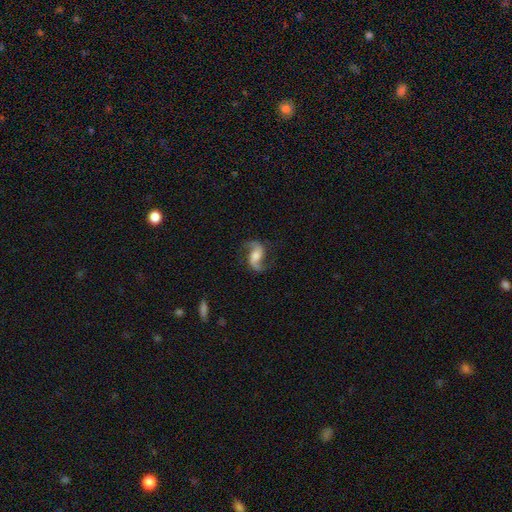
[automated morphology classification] Smooth or featured? Predicted: featured or disk (p=0.86). Edge-on disk? Predicted: no (p=0.97). Bar? Predicted: no (p=0.41, tied with weak). Spiral arms? Predicted: yes (p=0.97). Spiral winding? Predicted: loose (p=0.62). Spiral arm count? Predicted: 2 (p=0.93). Bulge size? Predicted: moderate (p=0.47). Merging? Predicted: none (p=0.77).